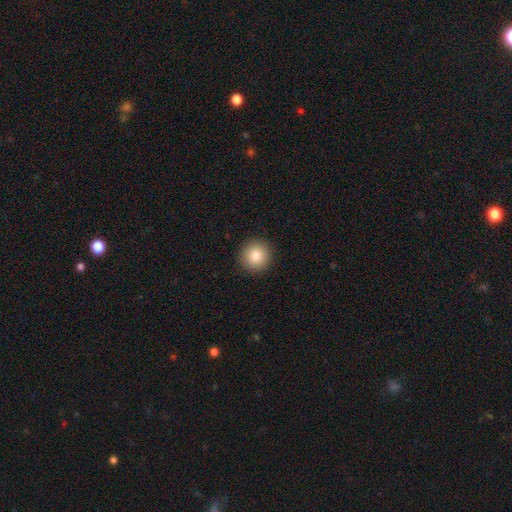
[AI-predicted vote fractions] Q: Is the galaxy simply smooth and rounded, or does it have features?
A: smooth — 84%.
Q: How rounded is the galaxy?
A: round — 94%.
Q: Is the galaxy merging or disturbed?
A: none — 92%.